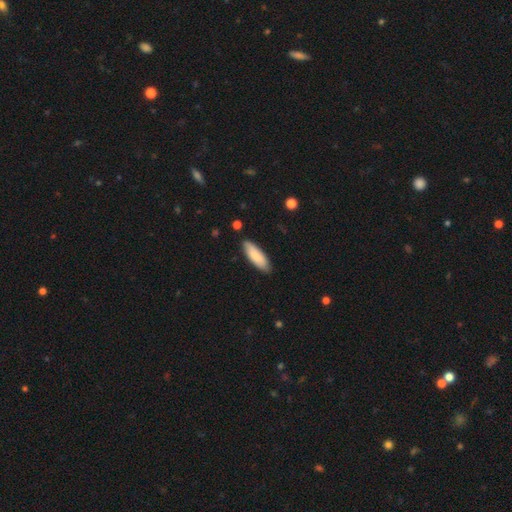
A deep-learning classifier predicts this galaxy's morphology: A smooth galaxy with no disk features (86%) that is in between round and cigar-shaped (59%).

Vote fractions:
- Smooth or featured? smooth: 86% / featured or disk: 9% / star or artifact: 5%
- How rounded? in between: 59% / cigar-shaped: 39% / round: 1%
- Merging? none: 85% / minor disturbance: 11% / major disturbance: 2% / merger: 1%